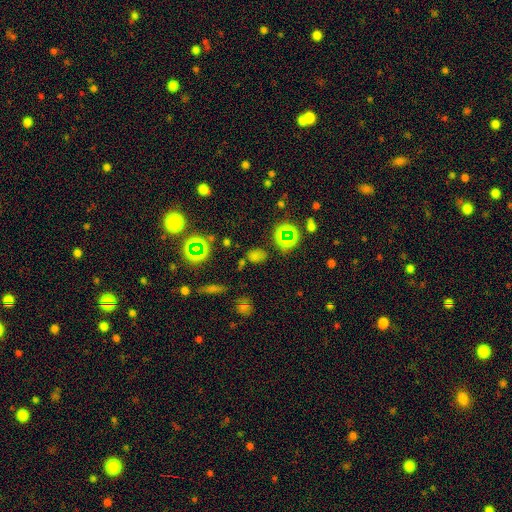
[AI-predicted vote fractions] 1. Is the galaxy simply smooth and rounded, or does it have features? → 53% smooth, 39% star or artifact, 8% featured or disk.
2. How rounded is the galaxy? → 55% in between, 42% round, 3% cigar-shaped.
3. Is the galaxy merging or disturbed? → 74% none, 15% minor disturbance, 6% merger, 6% major disturbance.